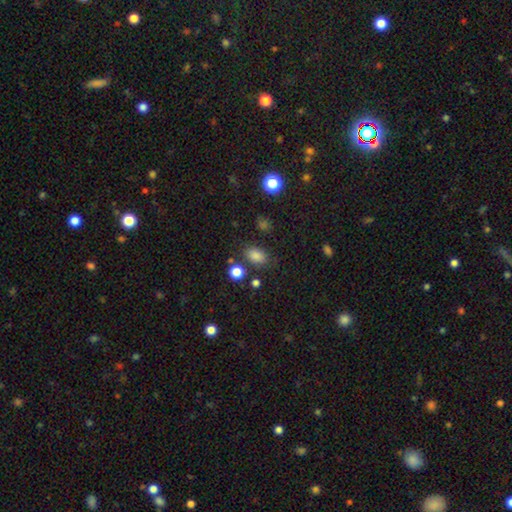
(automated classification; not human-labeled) smooth 81%, star or artifact 14%, featured or disk 5%. Down the decision tree: how rounded — in between (79%); merging — none (78%).